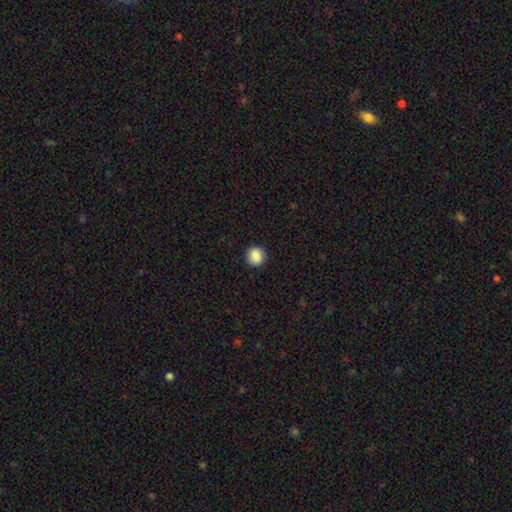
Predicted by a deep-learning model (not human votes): This is clearly a smooth galaxy (88%). How rounded: clearly round (90%). Merging: clearly none (90%).